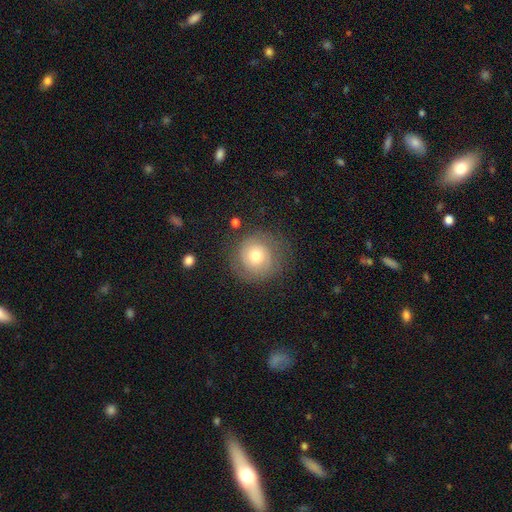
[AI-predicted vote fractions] This is possibly a smooth galaxy (48%). Merging: likely none (76%).